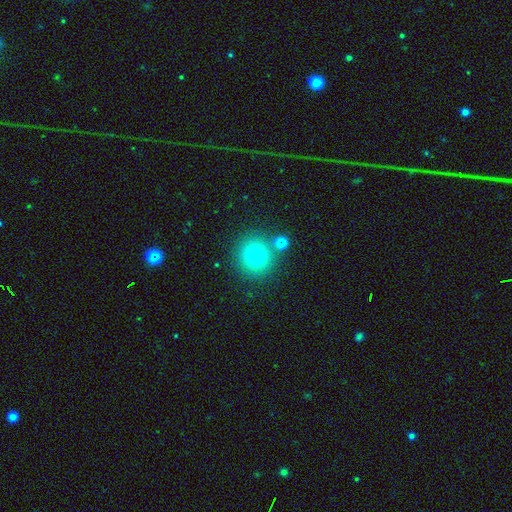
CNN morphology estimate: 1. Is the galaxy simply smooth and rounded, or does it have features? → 75% smooth, 15% star or artifact, 10% featured or disk.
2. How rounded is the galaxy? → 93% round, 6% in between, 1% cigar-shaped.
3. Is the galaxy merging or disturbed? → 83% none, 8% minor disturbance, 7% merger, 3% major disturbance.